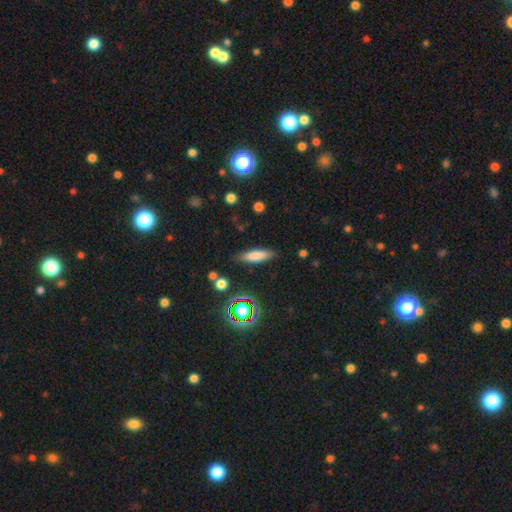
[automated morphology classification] smooth-or-featured: smooth: 75% | featured or disk: 15% | star or artifact: 10%
  how-rounded: cigar-shaped: 61% | in between: 37% | round: 2%
  merging: none: 84% | minor disturbance: 11% | major disturbance: 3% | merger: 2%